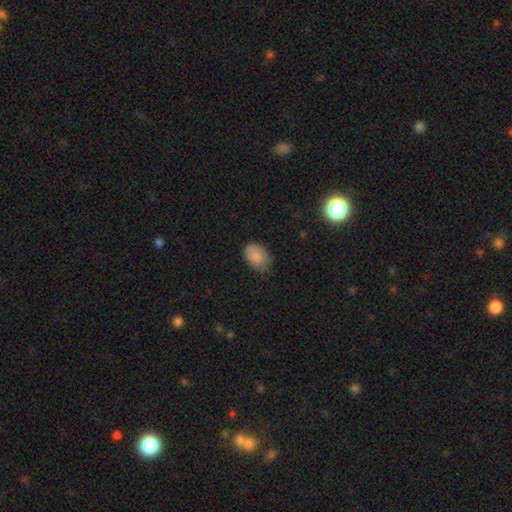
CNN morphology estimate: Q: Smooth or featured?
A: smooth (85%); runner-up: star or artifact (8%)
Q: How rounded?
A: in between (84%); runner-up: round (14%)
Q: Merging?
A: none (68%); runner-up: minor disturbance (26%)